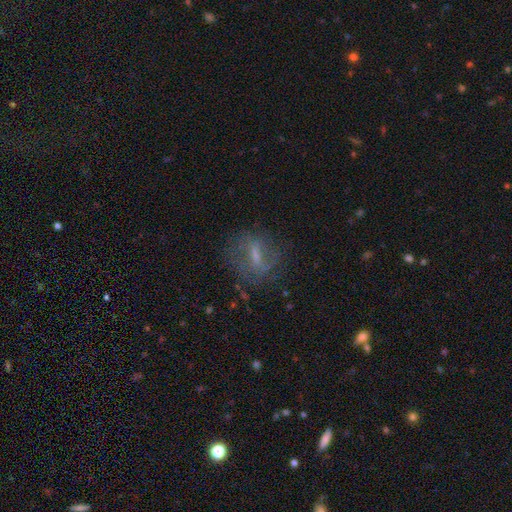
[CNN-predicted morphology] This is possibly a featured or disk galaxy (55%). It is clearly not viewed edge-on (86%). Merging: likely none (65%).